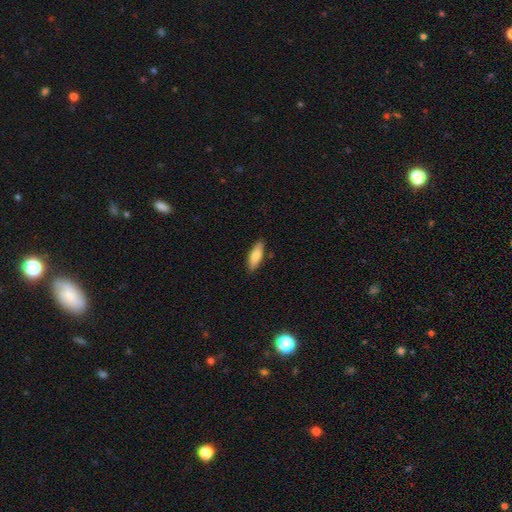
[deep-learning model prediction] Smooth or featured? smooth (82%)
How rounded? in between (61%)
Merging? none (85%)